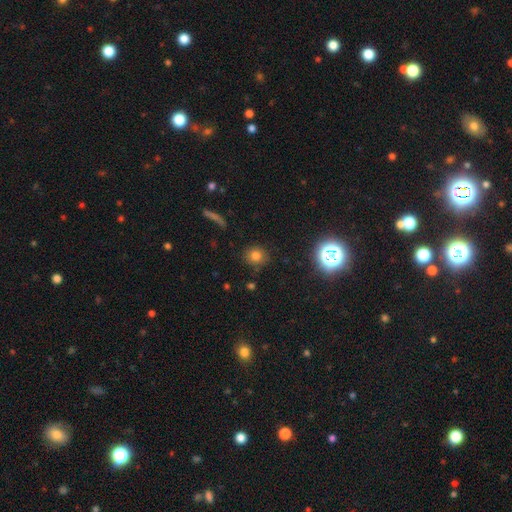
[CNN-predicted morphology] smooth_or_featured: smooth (p=0.75) [alt: star or artifact p=0.17]
how_rounded: round (p=0.83) [alt: in between p=0.16]
merging: none (p=0.85) [alt: minor disturbance p=0.10]